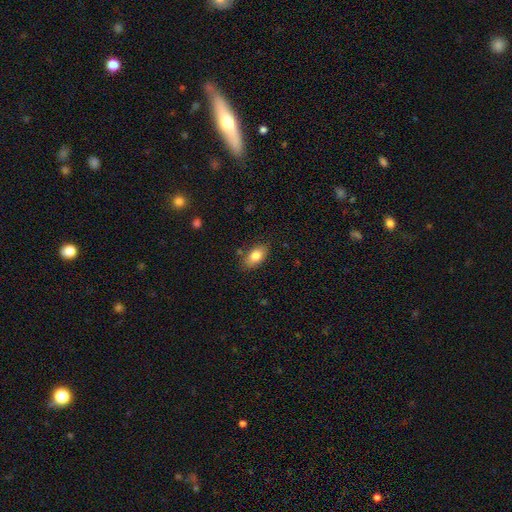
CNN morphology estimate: The model was most divided on "merging": none: 81%, minor disturbance: 14%, major disturbance: 3%, merger: 2%. More confident: how rounded — in between (90%); smooth or featured — smooth (81%).